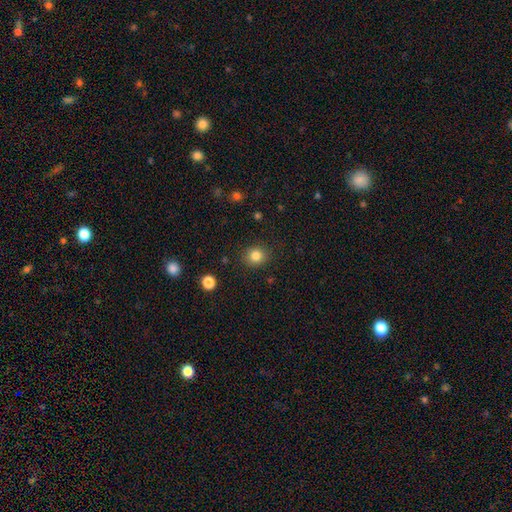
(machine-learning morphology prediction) smooth-or-featured: smooth: 83% | star or artifact: 11% | featured or disk: 6%
  how-rounded: round: 79% | in between: 20% | cigar-shaped: 1%
  merging: none: 88% | minor disturbance: 8% | major disturbance: 3% | merger: 1%